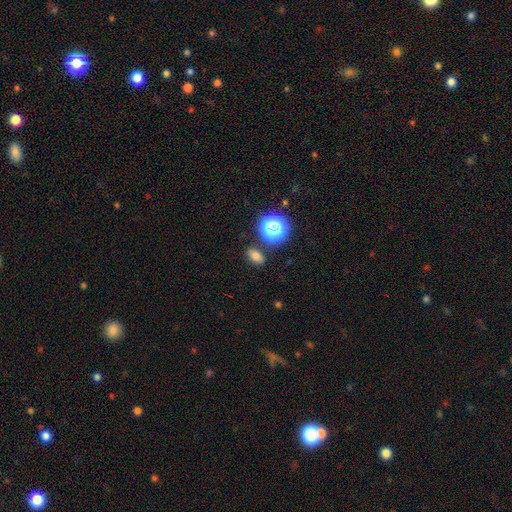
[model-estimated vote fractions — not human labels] Smooth or featured? smooth (71%)
How rounded? in between (75%)
Merging? none (83%)